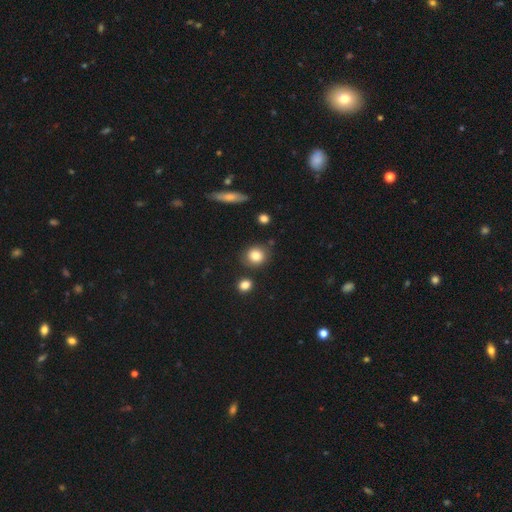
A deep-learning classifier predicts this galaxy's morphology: This is clearly a smooth galaxy (83%). How rounded: clearly round (80%). Merging: clearly none (81%).